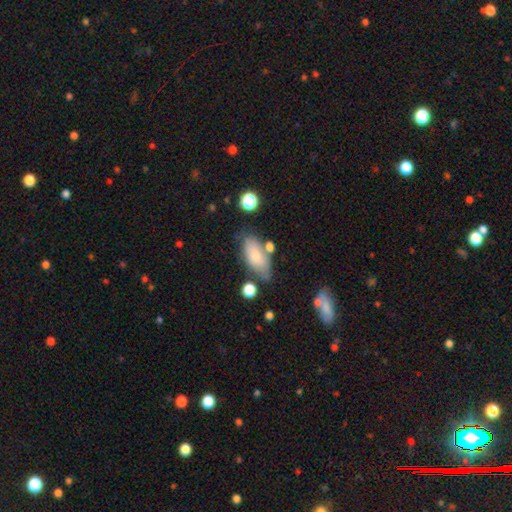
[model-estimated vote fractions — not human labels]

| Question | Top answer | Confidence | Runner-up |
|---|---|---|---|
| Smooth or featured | smooth | 75% | featured or disk (18%) |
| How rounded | in between | 88% | cigar-shaped (9%) |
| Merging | none | 58% | minor disturbance (23%) |